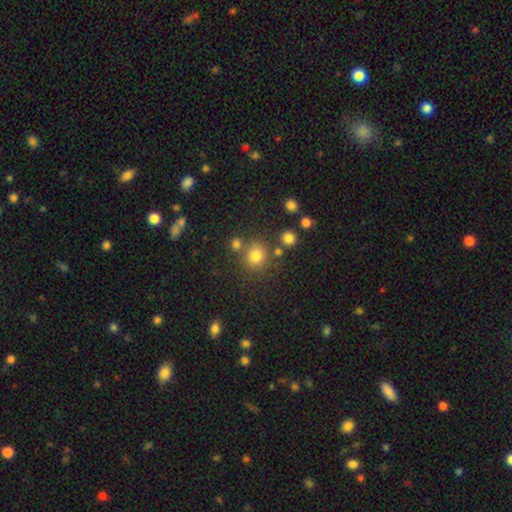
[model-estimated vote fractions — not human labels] The model was most divided on "smooth or featured": smooth: 77%, star or artifact: 16%, featured or disk: 7%. More confident: how rounded — round (87%); merging — none (74%).